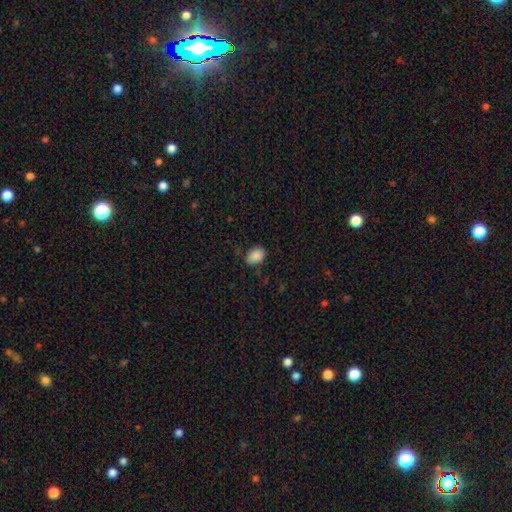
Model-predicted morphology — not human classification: Smooth or featured? Predicted: smooth (p=0.88). How rounded? Predicted: in between (p=0.74). Merging? Predicted: none (p=0.80).